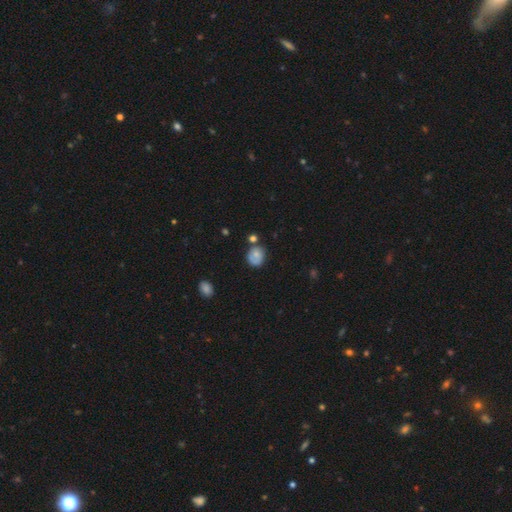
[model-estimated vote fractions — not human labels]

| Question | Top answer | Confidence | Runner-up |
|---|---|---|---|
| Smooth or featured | smooth | 71% | featured or disk (19%) |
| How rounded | round | 65% | in between (34%) |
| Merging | none | 60% | minor disturbance (22%) |